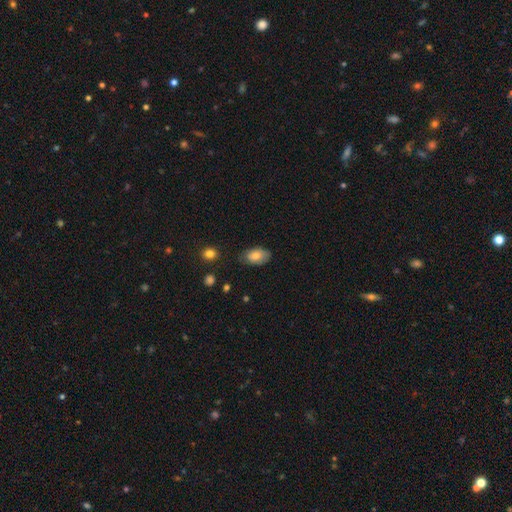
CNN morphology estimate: smooth 77%, featured or disk 15%, star or artifact 8%. Down the decision tree: how rounded — in between (91%); merging — none (73%).